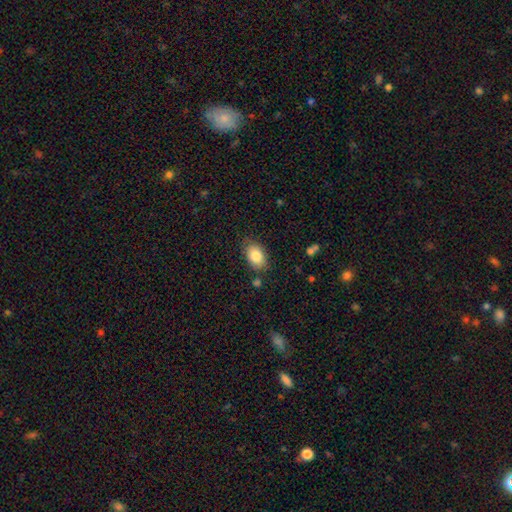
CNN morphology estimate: smooth 84%, featured or disk 9%, star or artifact 7%. Down the decision tree: how rounded — in between (87%); merging — none (79%).